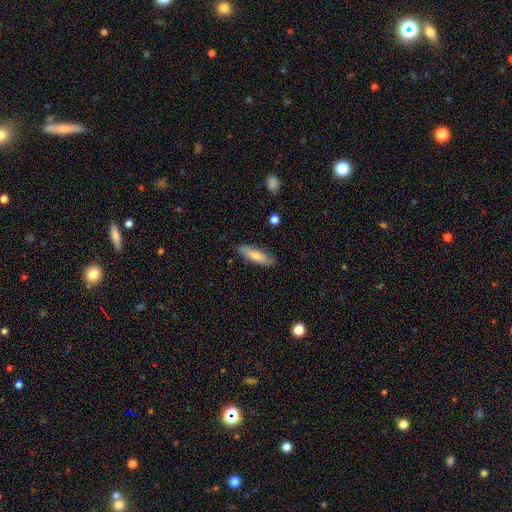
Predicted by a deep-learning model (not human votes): smooth 68%, featured or disk 25%, star or artifact 7%. Down the decision tree: how rounded — cigar-shaped (63%); merging — none (86%).